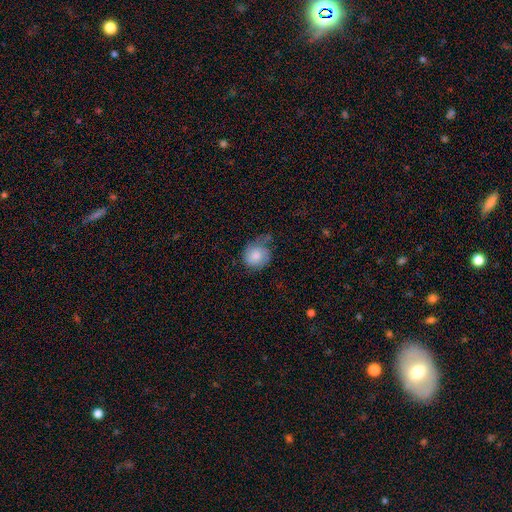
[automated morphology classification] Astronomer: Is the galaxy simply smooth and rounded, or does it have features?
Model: smooth — 71%.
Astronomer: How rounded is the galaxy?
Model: round — 80%.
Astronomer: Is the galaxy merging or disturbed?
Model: none — 47% (runner-up: minor disturbance, 35%).